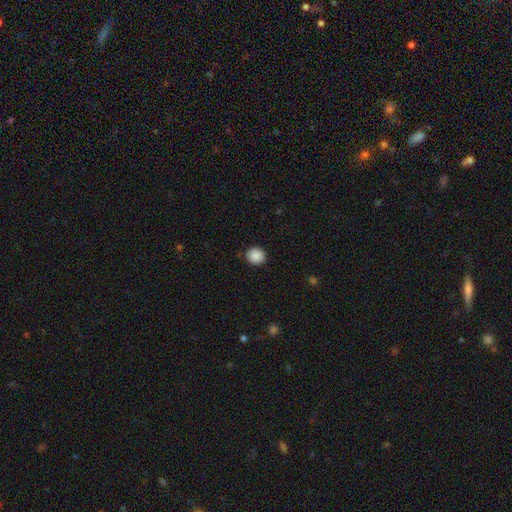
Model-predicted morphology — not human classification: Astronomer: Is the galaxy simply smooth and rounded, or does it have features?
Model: smooth — 89%.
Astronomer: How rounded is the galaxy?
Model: round — 88%.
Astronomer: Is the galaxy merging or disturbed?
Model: none — 89%.